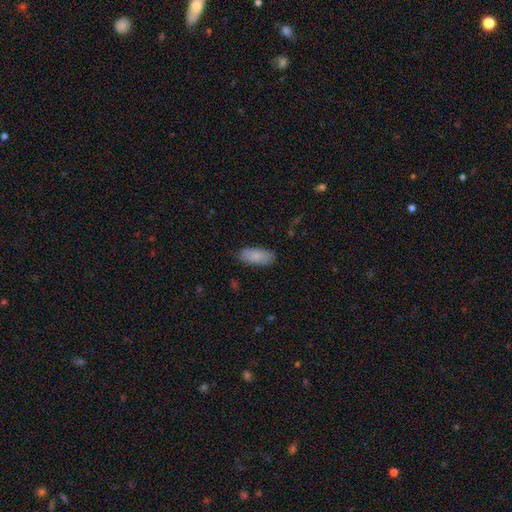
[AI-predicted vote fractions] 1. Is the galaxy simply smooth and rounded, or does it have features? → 82% smooth, 11% featured or disk, 6% star or artifact.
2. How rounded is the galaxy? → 86% in between, 12% cigar-shaped, 2% round.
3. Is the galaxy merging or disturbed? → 81% none, 15% minor disturbance, 3% major disturbance, 1% merger.